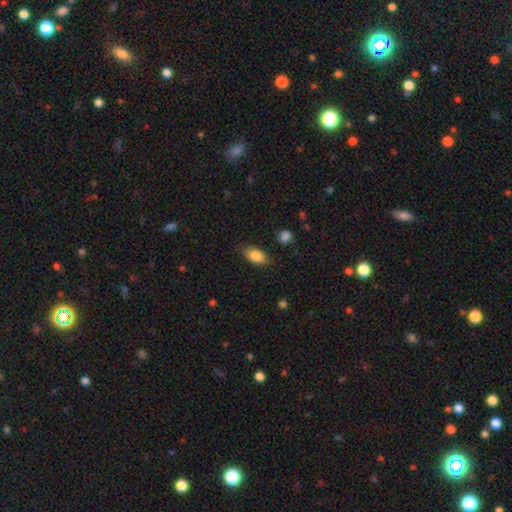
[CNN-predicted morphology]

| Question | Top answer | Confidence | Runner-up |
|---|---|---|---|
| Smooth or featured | smooth | 85% | featured or disk (7%) |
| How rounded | in between | 89% | round (7%) |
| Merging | none | 83% | minor disturbance (12%) |